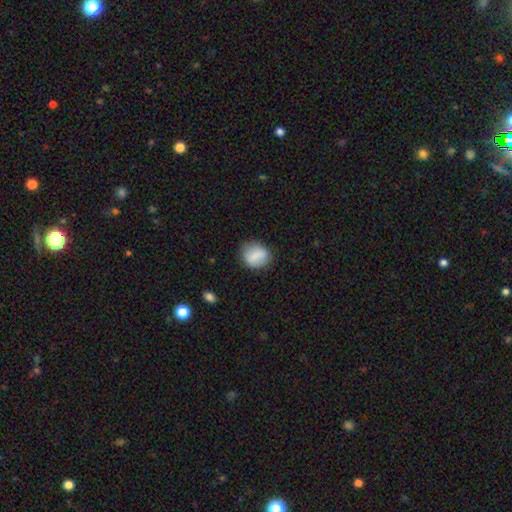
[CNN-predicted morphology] smooth-or-featured: smooth: 77% | featured or disk: 15% | star or artifact: 8%
  how-rounded: round: 60% | in between: 38% | cigar-shaped: 2%
  merging: none: 78% | minor disturbance: 16% | major disturbance: 4% | merger: 2%